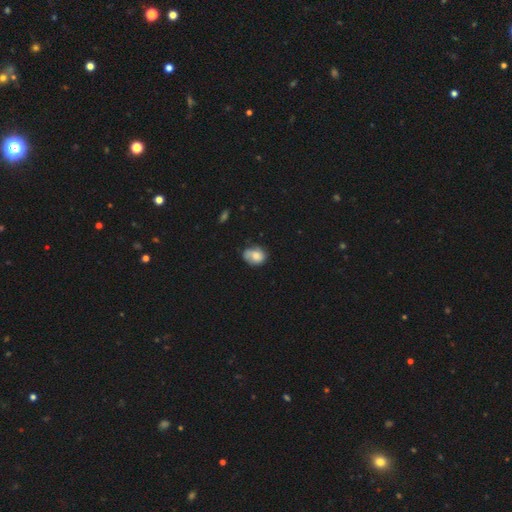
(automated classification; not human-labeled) A smooth galaxy with no disk features (64%) that is in between round and cigar-shaped (55%). Merging: none (52%).